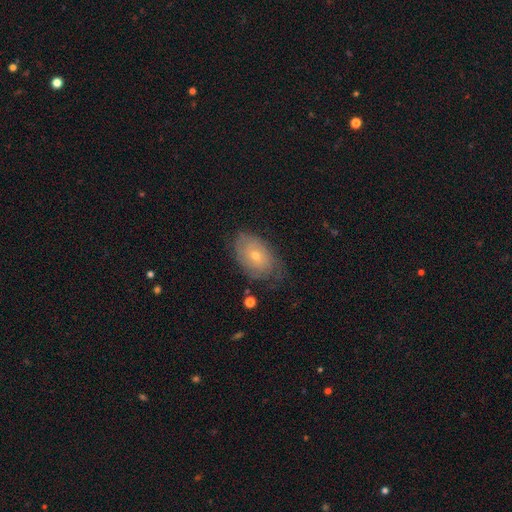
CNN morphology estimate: Q: Smooth or featured?
A: featured or disk (54%); runner-up: smooth (37%)
Q: Edge-on disk?
A: no (93%); runner-up: yes (7%)
Q: Bar?
A: no (84%); runner-up: weak (14%)
Q: Spiral arms?
A: yes (72%); runner-up: no (28%)
Q: Bulge size?
A: small (59%); runner-up: moderate (37%)
Q: Merging?
A: none (66%); runner-up: minor disturbance (24%)